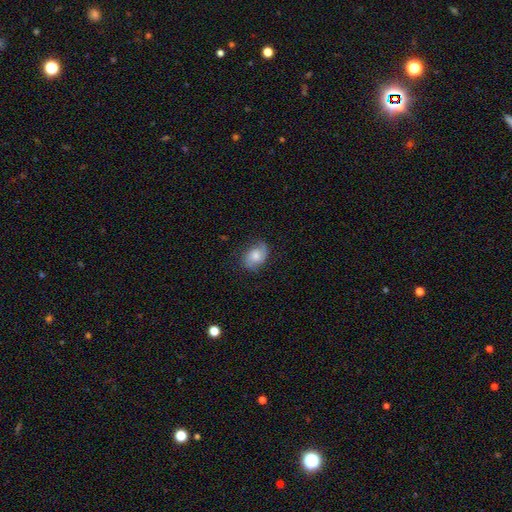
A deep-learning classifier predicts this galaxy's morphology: This appears to be a smooth galaxy with no disk features (53%) that is in between round and cigar-shaped (77%). Merging: none (73%).